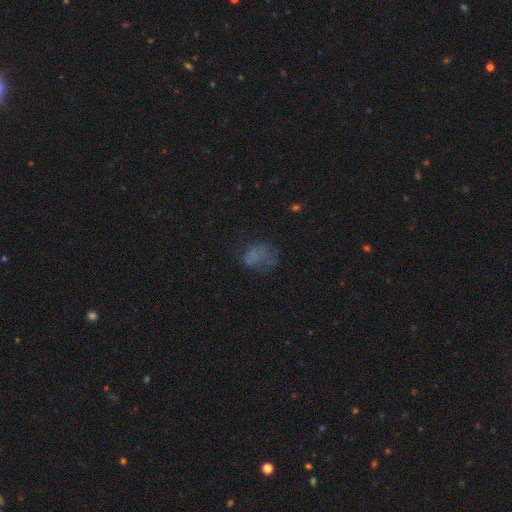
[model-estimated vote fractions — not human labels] A smooth galaxy with no disk features (54%) that is in between round and cigar-shaped (63%). Merging: none (41%).